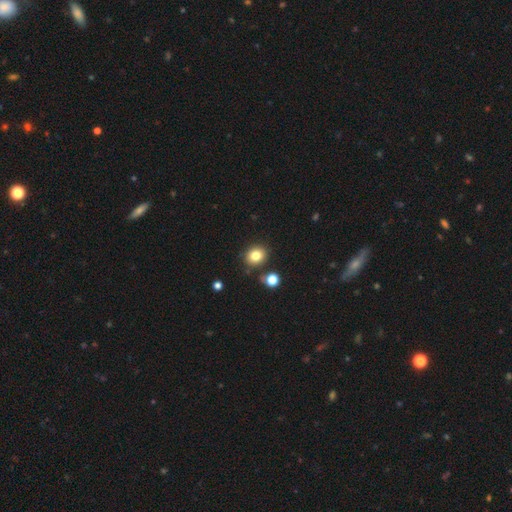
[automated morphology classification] Smooth or featured?
  - smooth: 81% *
  - star or artifact: 12%
  - featured or disk: 7%
How rounded?
  - round: 71% *
  - in between: 28%
  - cigar-shaped: 1%
Merging?
  - none: 81% *
  - minor disturbance: 10%
  - merger: 6%
  - major disturbance: 3%